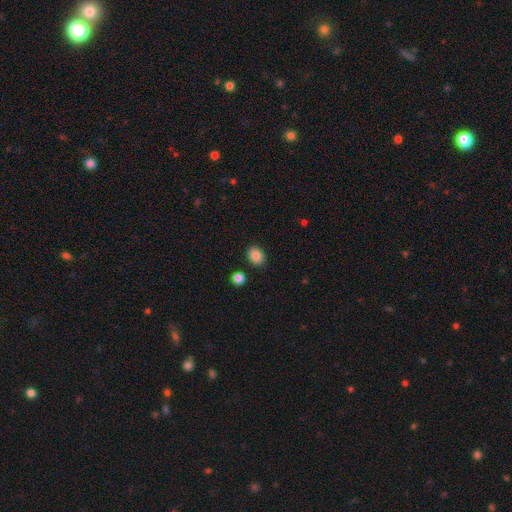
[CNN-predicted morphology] Smooth or featured: smooth — 87% (star or artifact — 9%)
How rounded: in between — 62% (round — 37%)
Merging: none — 87% (minor disturbance — 8%)